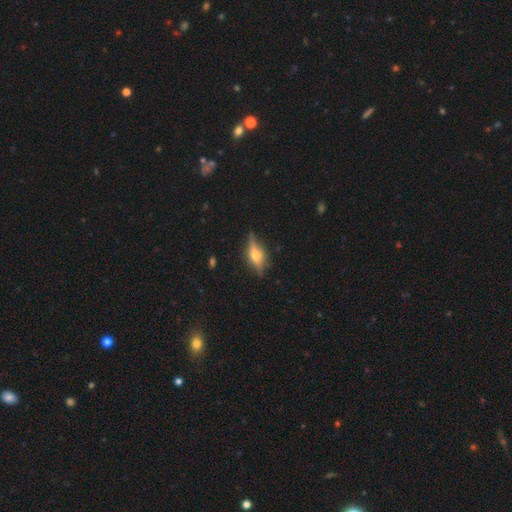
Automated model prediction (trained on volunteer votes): smooth_or_featured: featured or disk (p=0.60) [alt: smooth p=0.32]
disk_edge_on: yes (p=0.91) [alt: no p=0.09]
edge_on_bulge: rounded (p=0.91) [alt: boxy p=0.06]
merging: none (p=0.77) [alt: minor disturbance p=0.17]